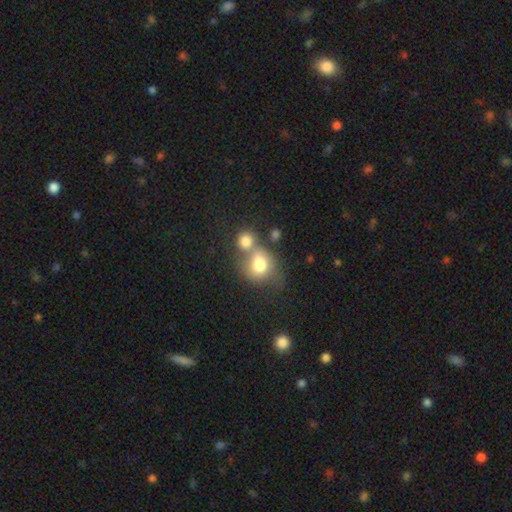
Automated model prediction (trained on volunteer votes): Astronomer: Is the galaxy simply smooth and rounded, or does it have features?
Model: smooth — 69%.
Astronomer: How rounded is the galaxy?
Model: round — 73%.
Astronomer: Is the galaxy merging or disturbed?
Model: merger — 48% (runner-up: none, 38%).